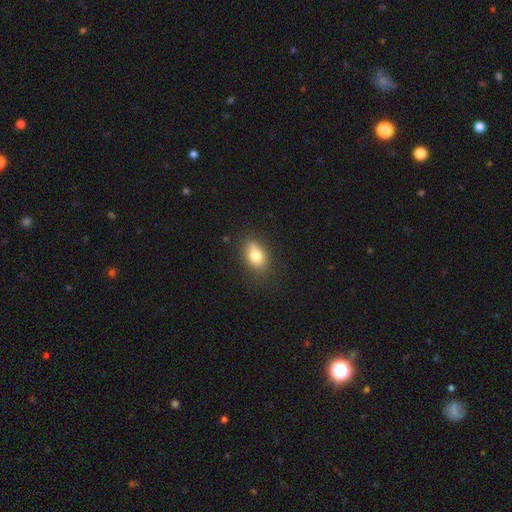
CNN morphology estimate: Smooth or featured? Predicted: smooth (p=0.77). How rounded? Predicted: in between (p=0.81). Merging? Predicted: none (p=0.73).